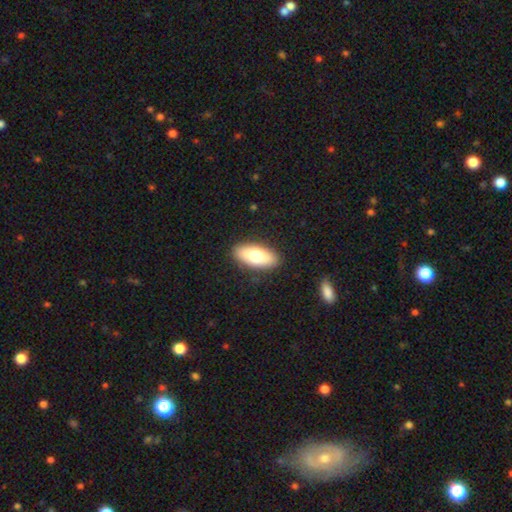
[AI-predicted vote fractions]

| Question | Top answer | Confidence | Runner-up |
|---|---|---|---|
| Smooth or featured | smooth | 75% | featured or disk (19%) |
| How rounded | in between | 83% | cigar-shaped (14%) |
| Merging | none | 89% | minor disturbance (8%) |